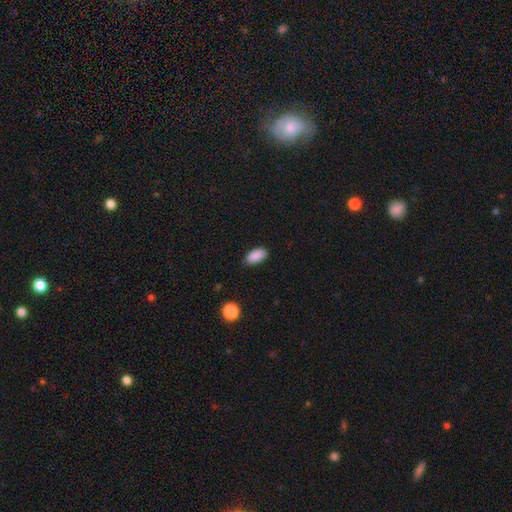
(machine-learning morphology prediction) This appears to be a smooth galaxy with no disk features (88%) that is in between round and cigar-shaped (93%). Merging: none (80%).